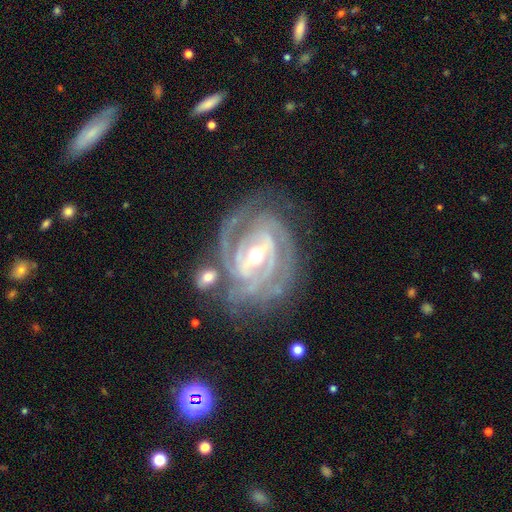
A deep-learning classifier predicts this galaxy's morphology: A featured or disk galaxy (92%) with a strong bar (51%), 3 (33%, tied with 2) tight (75%) spiral arms (98%) and a moderate central bulge (58%).

Vote fractions:
- Smooth or featured? featured or disk: 92% / star or artifact: 4% / smooth: 3%
- Edge-on disk? no: 97% / yes: 3%
- Bar? strong: 51% / weak: 36% / no: 13%
- Spiral arms? yes: 98% / no: 2%
- Spiral winding? tight: 75% / medium: 22% / loose: 3%
- Spiral arm count? 3: 33% (tied) / 2: 33% (tied) / can't tell: 14% / 4: 10% / more than 4: 5% / 1: 5%
- Bulge size? moderate: 58% / small: 37% / large: 3% / none: 1% / dominant: 1%
- Merging? none: 70% / minor disturbance: 17% / major disturbance: 8% / merger: 5%